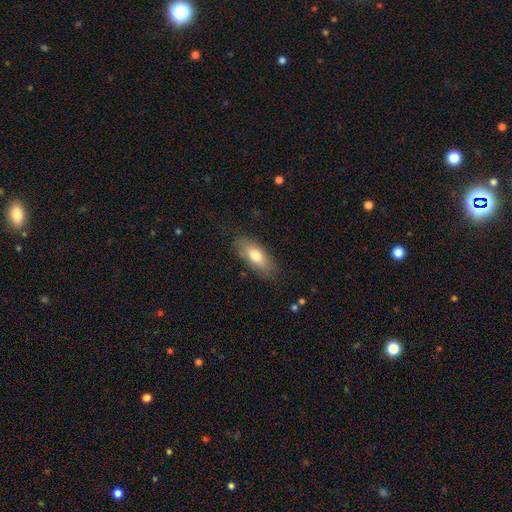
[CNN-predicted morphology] Smooth or featured? Predicted: smooth (p=0.74). How rounded? Predicted: in between (p=0.77). Merging? Predicted: none (p=0.81).